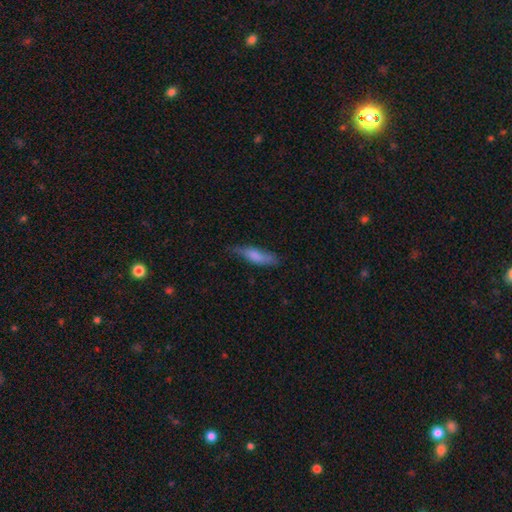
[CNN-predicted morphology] smooth-or-featured: smooth: 73% | featured or disk: 21% | star or artifact: 6%
  how-rounded: cigar-shaped: 66% | in between: 32% | round: 2%
  merging: none: 65% | minor disturbance: 27% | major disturbance: 6% | merger: 2%